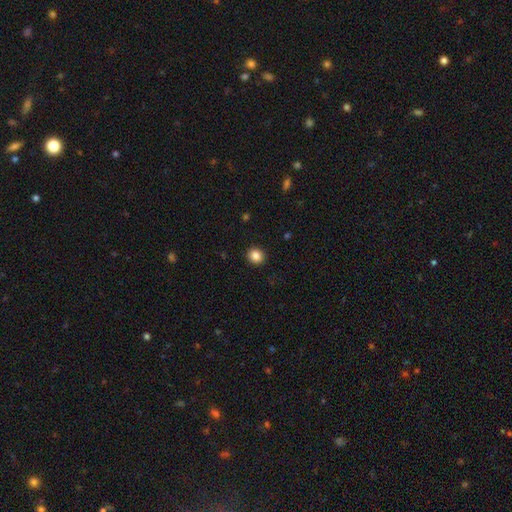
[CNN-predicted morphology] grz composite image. It shows a smooth galaxy with no disk features (86%) that is round (81%). Merging: none (92%).